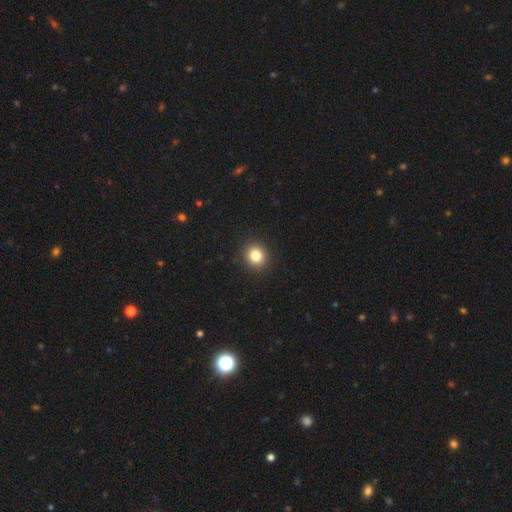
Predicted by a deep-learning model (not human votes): A smooth galaxy with no disk features (83%) that is round (88%).

Vote fractions:
- Smooth or featured? smooth: 83% / star or artifact: 11% / featured or disk: 5%
- How rounded? round: 88% / in between: 11% / cigar-shaped: 1%
- Merging? none: 92% / minor disturbance: 5% / major disturbance: 2% / merger: 1%